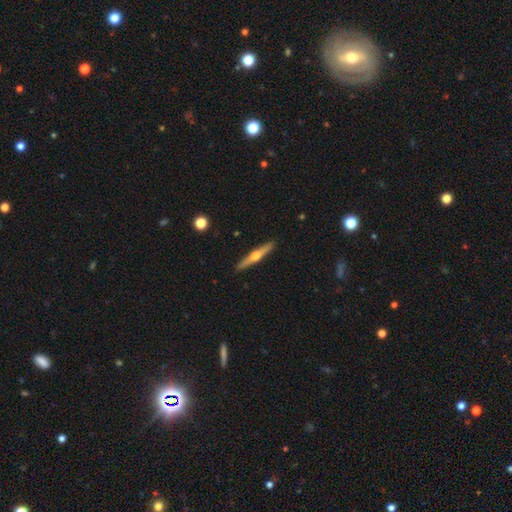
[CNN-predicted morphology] smooth_or_featured: featured or disk (p=0.71) [alt: smooth p=0.24]
disk_edge_on: yes (p=0.98) [alt: no p=0.02]
edge_on_bulge: rounded (p=0.94) [alt: none p=0.03]
merging: none (p=0.92) [alt: minor disturbance p=0.06]